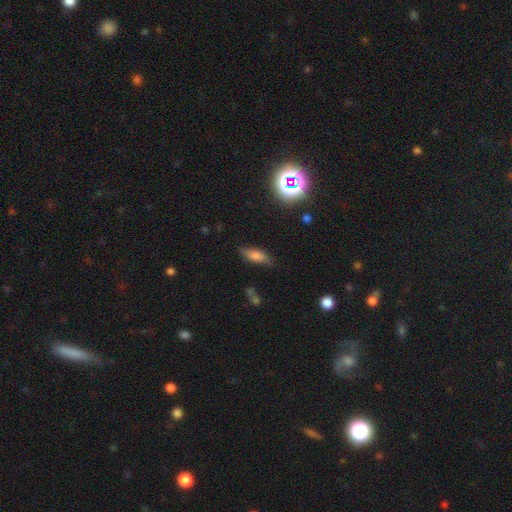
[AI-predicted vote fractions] The model was most divided on "how rounded": in between: 65%, cigar-shaped: 32%, round: 3%. More confident: merging — none (78%); smooth or featured — smooth (70%).